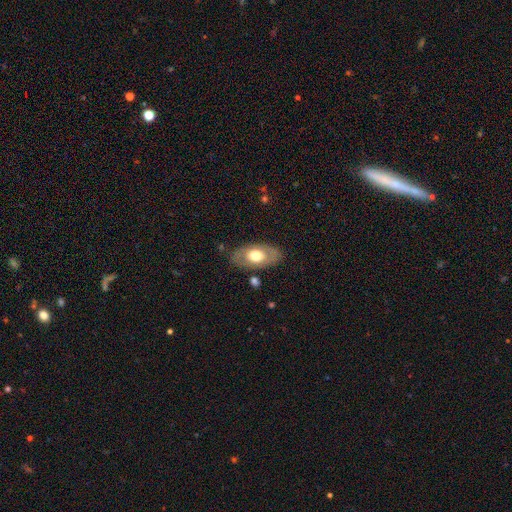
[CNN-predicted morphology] Smooth or featured? Predicted: smooth (p=0.54). How rounded? Predicted: in between (p=0.90). Merging? Predicted: none (p=0.80).